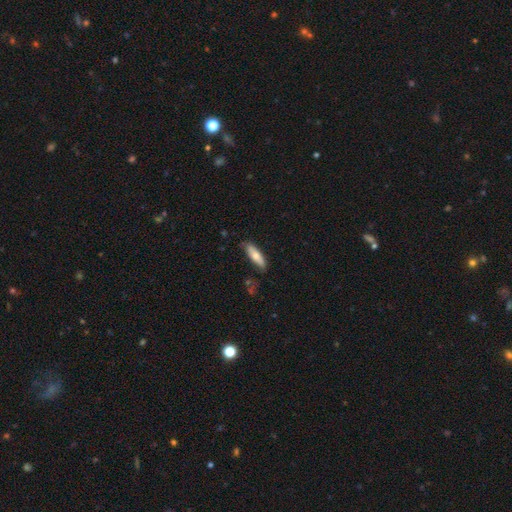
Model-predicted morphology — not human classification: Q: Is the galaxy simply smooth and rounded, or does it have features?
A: smooth — 65%.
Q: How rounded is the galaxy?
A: cigar-shaped — 58%.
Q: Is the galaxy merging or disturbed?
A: none — 79%.